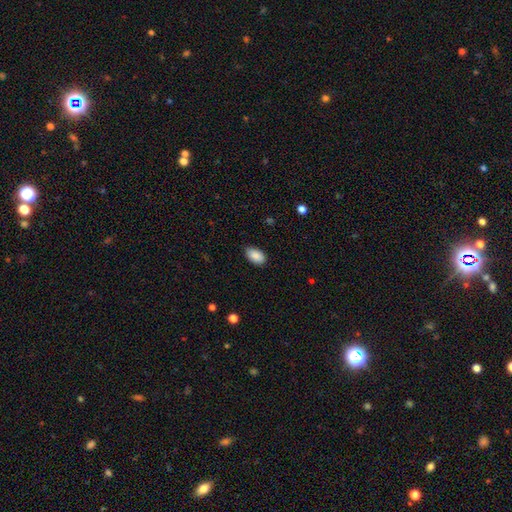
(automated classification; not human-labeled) Smooth or featured? smooth (89%)
How rounded? in between (93%)
Merging? none (83%)